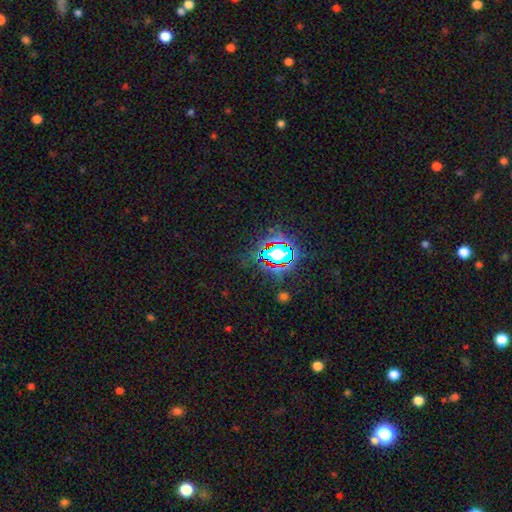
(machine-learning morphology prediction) star or artifact 82%, smooth 11%, featured or disk 8%.